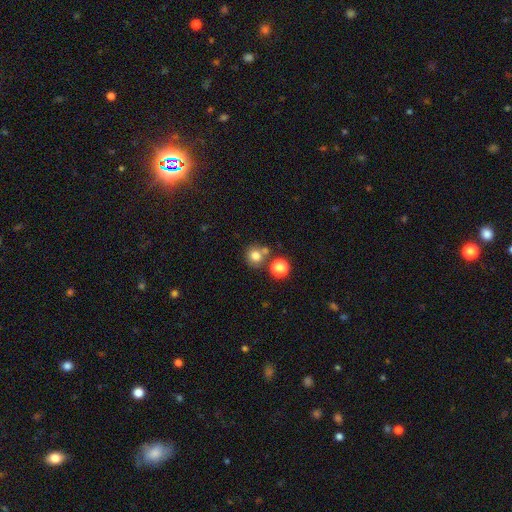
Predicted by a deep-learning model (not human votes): The model was most divided on "merging": none: 62%, merger: 24%, minor disturbance: 10%, major disturbance: 4%. More confident: how rounded — round (86%); smooth or featured — smooth (77%).